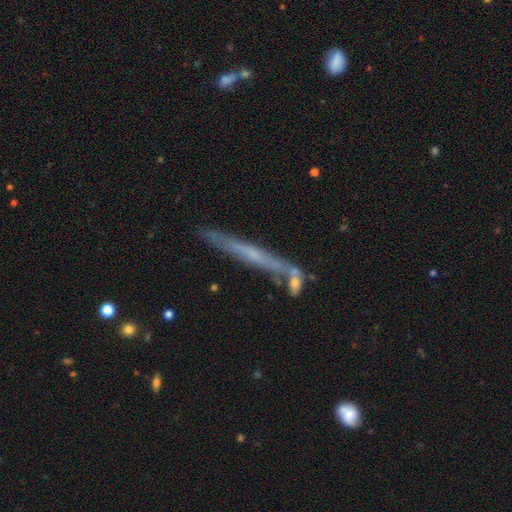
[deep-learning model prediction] Morphology: type=featured or disk (64%); edge-on=yes (93%); edge-on bulge=none (58%); merging=none (72%).